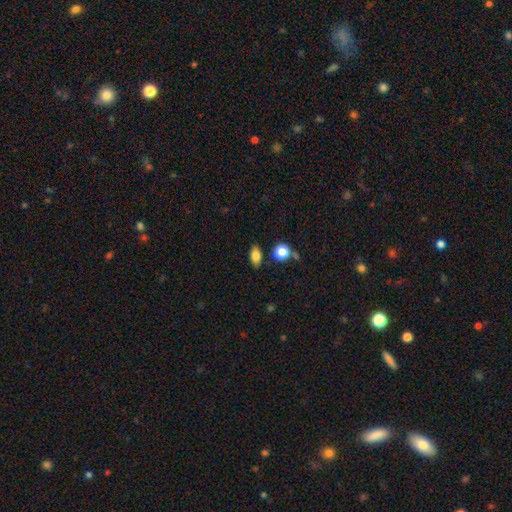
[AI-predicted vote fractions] smooth-or-featured: smooth: 83% | star or artifact: 10% | featured or disk: 7%
  how-rounded: in between: 81% | round: 14% | cigar-shaped: 6%
  merging: none: 80% | minor disturbance: 13% | merger: 4% | major disturbance: 3%